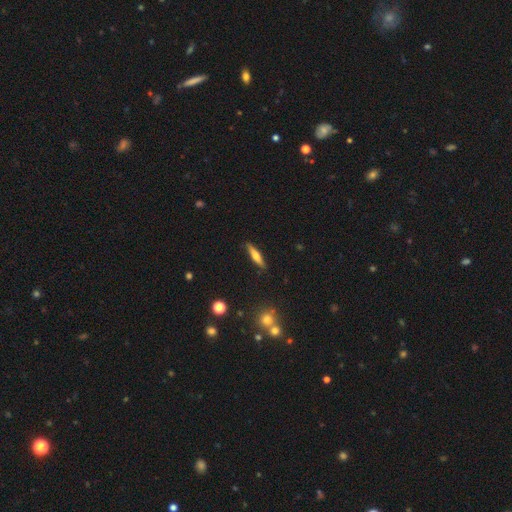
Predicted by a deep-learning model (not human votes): This appears to be a smooth galaxy with no disk features (48%). Merging: none (88%).